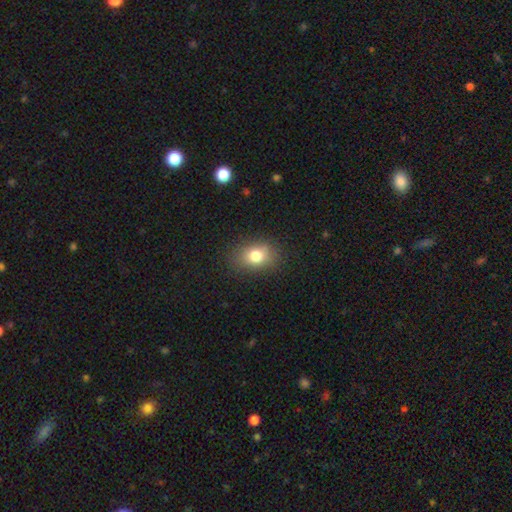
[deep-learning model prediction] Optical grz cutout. It shows a smooth galaxy with no disk features (78%) that is in between round and cigar-shaped (67%). Merging: none (83%).